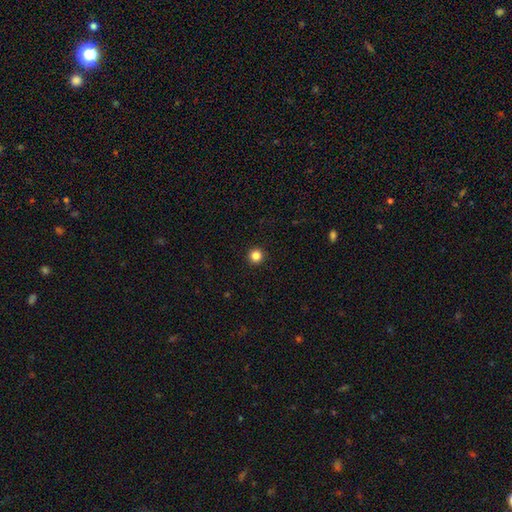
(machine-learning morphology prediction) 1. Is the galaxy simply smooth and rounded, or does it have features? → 85% smooth, 12% star or artifact, 3% featured or disk.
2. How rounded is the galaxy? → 96% round, 3% in between, 1% cigar-shaped.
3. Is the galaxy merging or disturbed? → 94% none, 4% minor disturbance, 1% major disturbance, 1% merger.